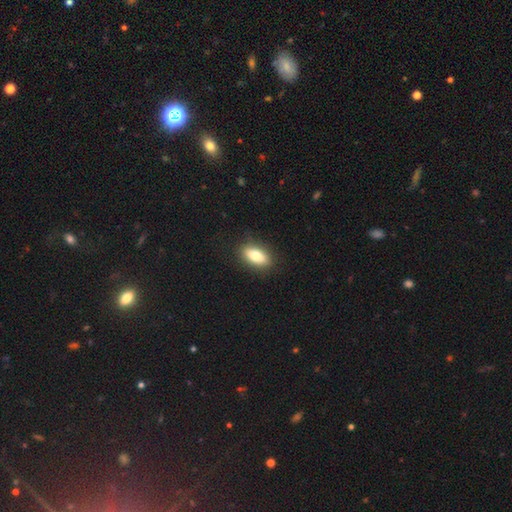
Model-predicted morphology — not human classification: A smooth galaxy with no disk features (77%) that is in between round and cigar-shaped (86%). Merging: none (87%).